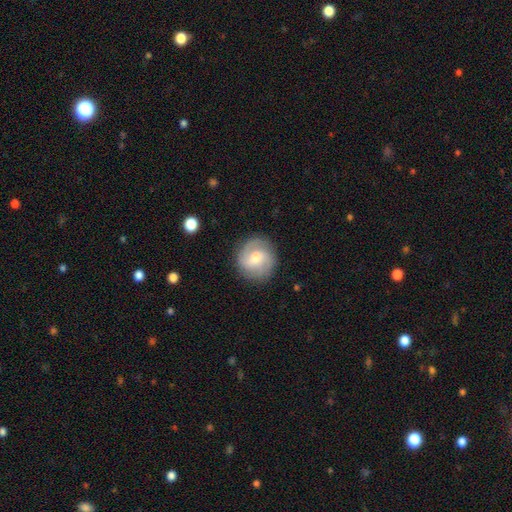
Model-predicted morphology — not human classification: Smooth or featured? featured or disk (64%)
Edge-on disk? no (97%)
Bar? weak (51%)
Spiral arms? yes (89%)
Spiral winding? medium (44%)
Spiral arm count? 2 (60%)
Bulge size? moderate (68%)
Merging? none (85%)